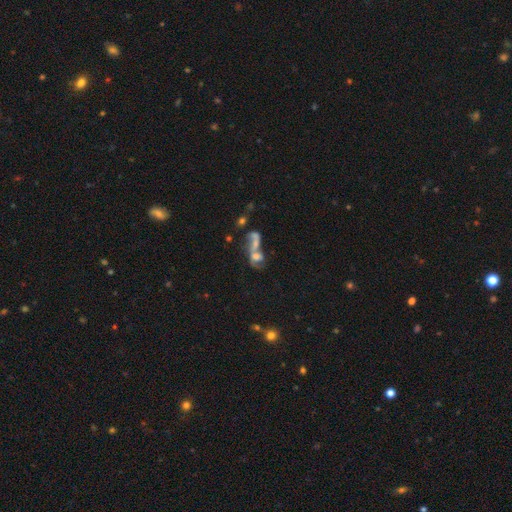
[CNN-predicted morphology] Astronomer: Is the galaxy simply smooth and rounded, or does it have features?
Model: featured or disk — 50% (runner-up: smooth, 34%).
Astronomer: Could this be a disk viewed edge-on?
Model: no — 93%.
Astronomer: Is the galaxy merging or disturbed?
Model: merger — 61%.